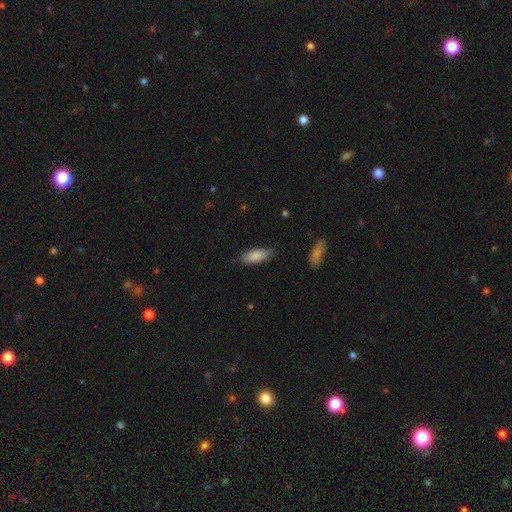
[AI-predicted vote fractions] smooth-or-featured: smooth: 85% | featured or disk: 9% | star or artifact: 6%
  how-rounded: in between: 73% | cigar-shaped: 25% | round: 2%
  merging: none: 79% | minor disturbance: 17% | major disturbance: 3% | merger: 1%